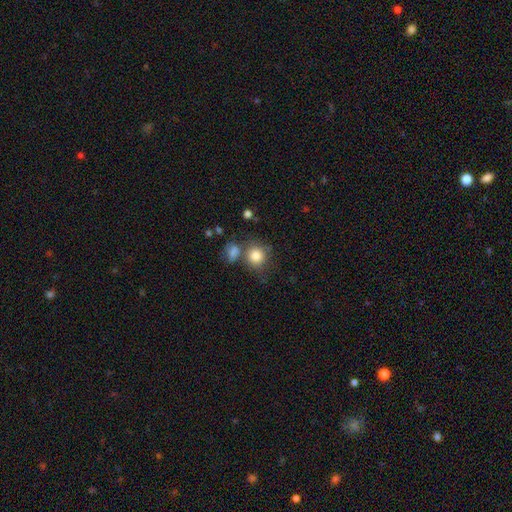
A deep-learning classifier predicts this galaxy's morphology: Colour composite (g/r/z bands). It shows a smooth galaxy with no disk features (83%) that is round (84%). Merging: none (59%).